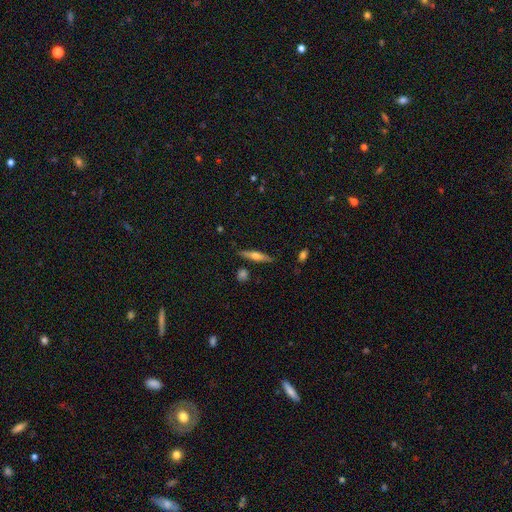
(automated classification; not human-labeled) smooth_or_featured: featured or disk (p=0.57) [alt: smooth p=0.36]
disk_edge_on: yes (p=0.95) [alt: no p=0.05]
edge_on_bulge: rounded (p=0.86) [alt: boxy p=0.07]
merging: none (p=0.84) [alt: minor disturbance p=0.11]